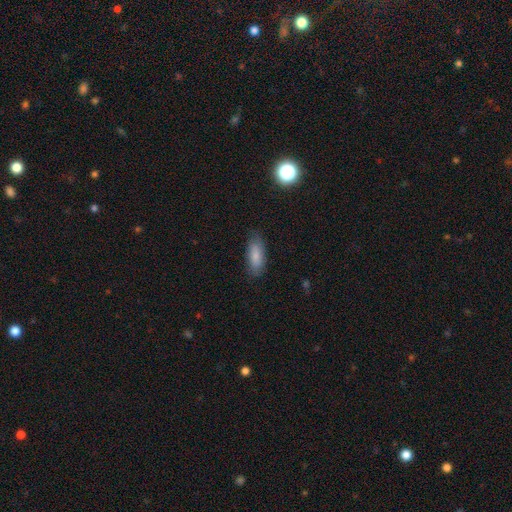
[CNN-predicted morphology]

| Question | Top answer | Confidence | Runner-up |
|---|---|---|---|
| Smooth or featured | smooth | 80% | featured or disk (14%) |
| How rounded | in between | 75% | cigar-shaped (23%) |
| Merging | none | 78% | minor disturbance (17%) |